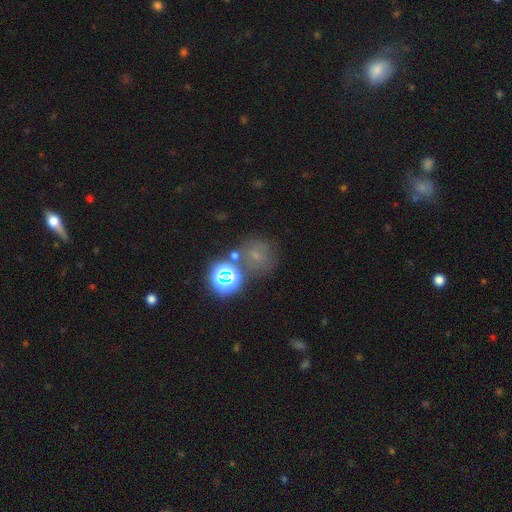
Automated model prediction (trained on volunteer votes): smooth_or_featured: star or artifact (p=0.43) [alt: smooth p=0.40]